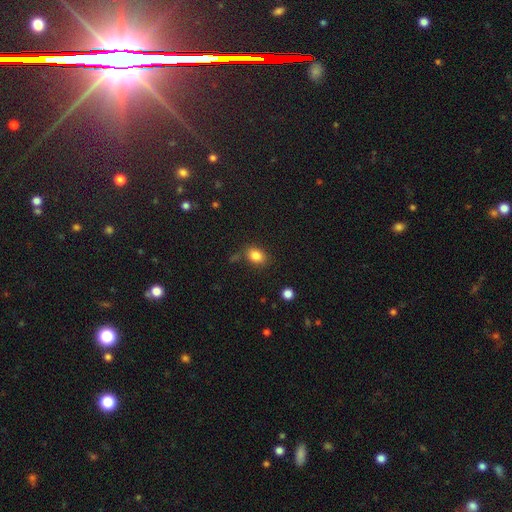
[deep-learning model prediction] A smooth galaxy with no disk features (84%) that is in between round and cigar-shaped (67%).

Vote fractions:
- Smooth or featured? smooth: 84% / star or artifact: 10% / featured or disk: 6%
- How rounded? in between: 67% / round: 32% / cigar-shaped: 1%
- Merging? none: 78% / minor disturbance: 14% / merger: 4% / major disturbance: 4%